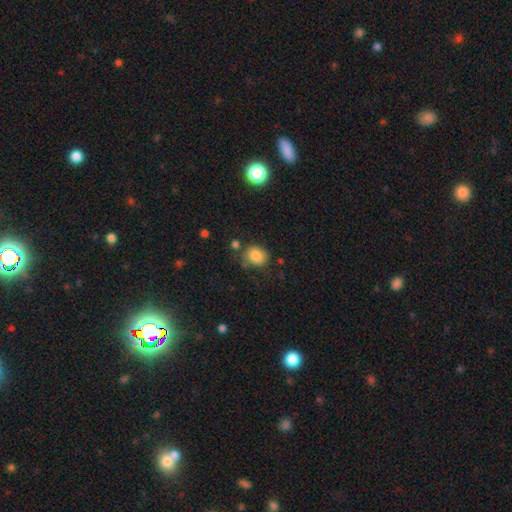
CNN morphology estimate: Smooth or featured?
  - smooth: 83% *
  - star or artifact: 10%
  - featured or disk: 7%
How rounded?
  - round: 60% *
  - in between: 39%
  - cigar-shaped: 1%
Merging?
  - none: 71% *
  - minor disturbance: 17%
  - merger: 6%
  - major disturbance: 5%